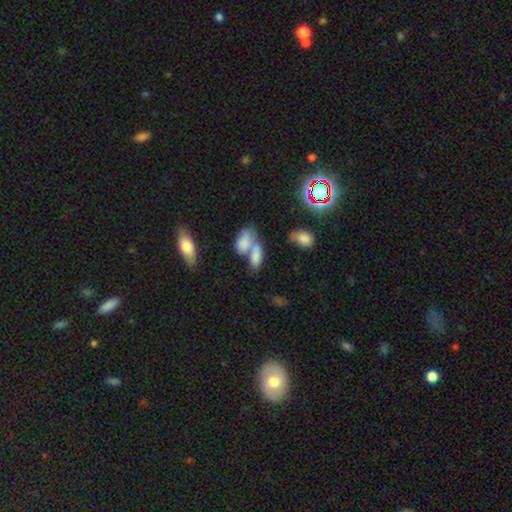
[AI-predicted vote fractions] A smooth galaxy with no disk features (74%) that is in between round and cigar-shaped (86%).

Vote fractions:
- Smooth or featured? smooth: 74% / featured or disk: 16% / star or artifact: 10%
- How rounded? in between: 86% / cigar-shaped: 8% / round: 6%
- Merging? merger: 59% / none: 25% / minor disturbance: 10% / major disturbance: 6%